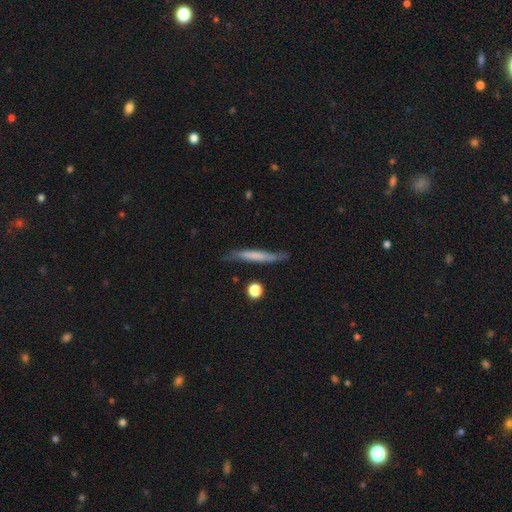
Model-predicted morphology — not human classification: smooth-or-featured: smooth: 55% | featured or disk: 38% | star or artifact: 7%
  how-rounded: cigar-shaped: 93% | in between: 5% | round: 2%
  merging: none: 73% | minor disturbance: 20% | major disturbance: 5% | merger: 3%